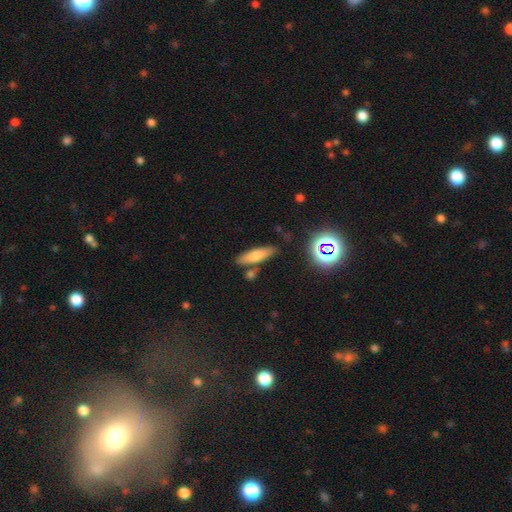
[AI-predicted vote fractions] Smooth or featured? Predicted: smooth (p=0.70). How rounded? Predicted: cigar-shaped (p=0.58). Merging? Predicted: none (p=0.76).